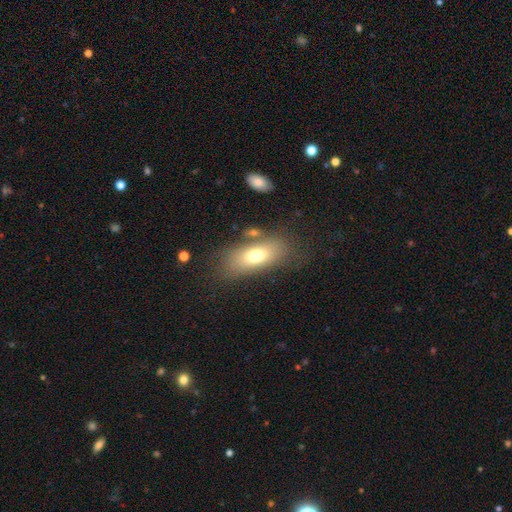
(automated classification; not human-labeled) smooth_or_featured: smooth (p=0.69) [alt: featured or disk p=0.22]
how_rounded: in between (p=0.81) [alt: cigar-shaped p=0.14]
merging: none (p=0.64) [alt: minor disturbance p=0.17]